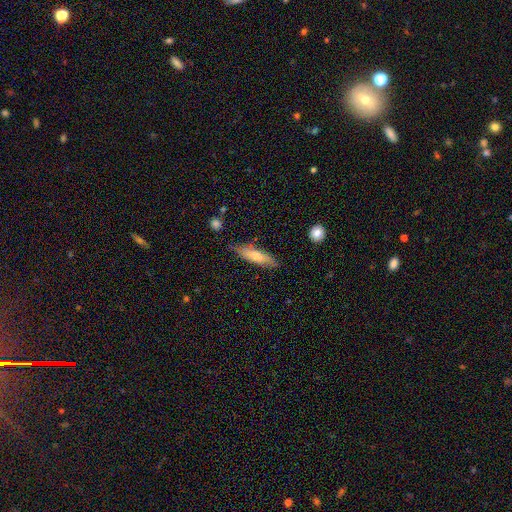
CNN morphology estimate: Smooth or featured? Predicted: smooth (p=0.65). How rounded? Predicted: cigar-shaped (p=0.62). Merging? Predicted: none (p=0.76).